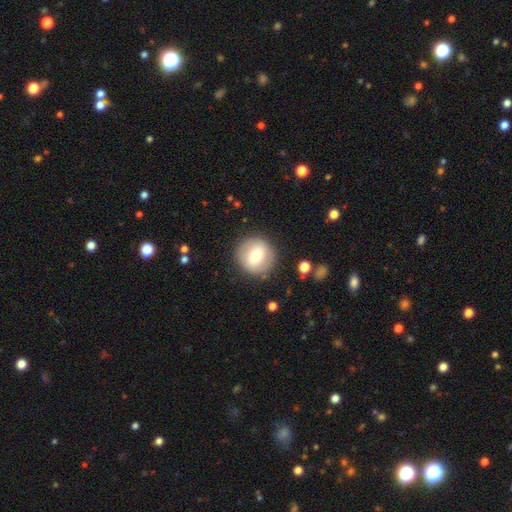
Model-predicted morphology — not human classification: Q: Smooth or featured?
A: smooth (68%); runner-up: featured or disk (24%)
Q: How rounded?
A: round (94%); runner-up: in between (6%)
Q: Merging?
A: none (87%); runner-up: minor disturbance (8%)